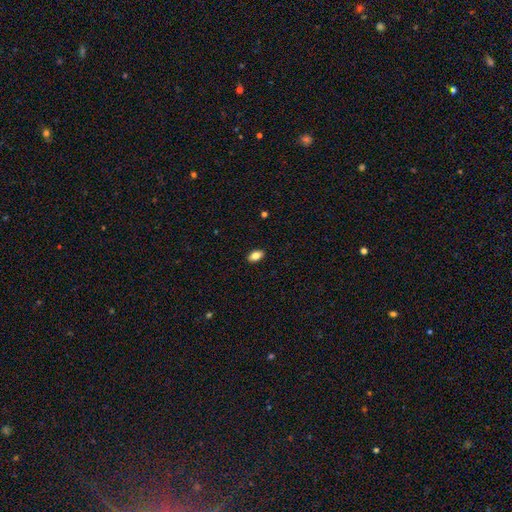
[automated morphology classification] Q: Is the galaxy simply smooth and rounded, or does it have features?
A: smooth — 83%.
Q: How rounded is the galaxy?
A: in between — 89%.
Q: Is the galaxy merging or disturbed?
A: none — 90%.